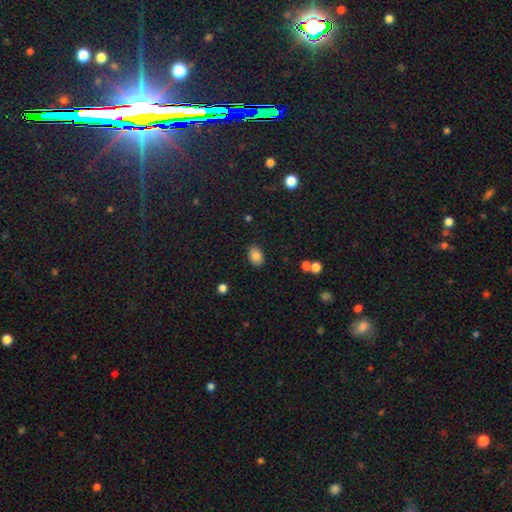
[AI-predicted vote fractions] The model was most divided on "how rounded": in between: 79%, round: 20%, cigar-shaped: 1%. More confident: merging — none (86%); smooth or featured — smooth (85%).